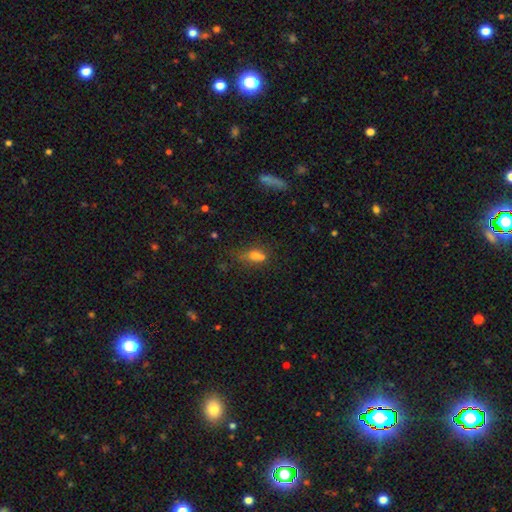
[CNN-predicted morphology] Smooth or featured: smooth — 62% (featured or disk — 20%)
How rounded: round — 52% (in between — 43%)
Merging: merger — 49% (none — 32%)